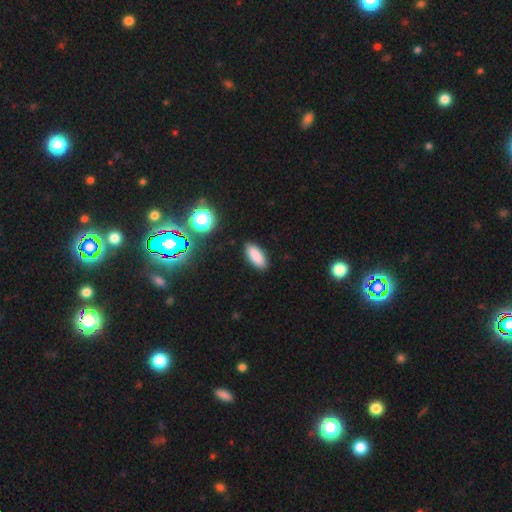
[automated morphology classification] type=smooth (86%); roundness=in between (86%); merging=none (88%).